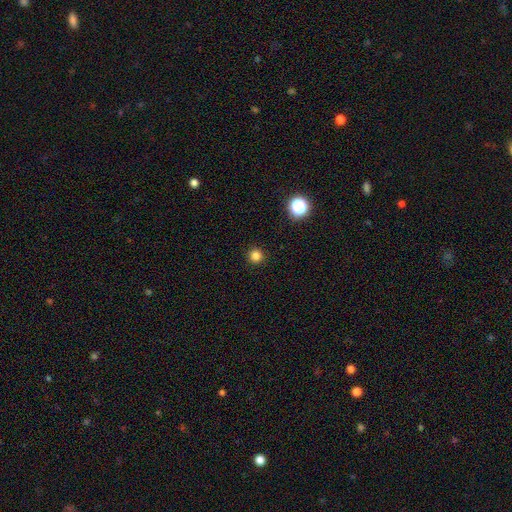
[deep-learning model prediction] Q: Smooth or featured?
A: smooth (82%); runner-up: star or artifact (15%)
Q: How rounded?
A: round (96%); runner-up: in between (3%)
Q: Merging?
A: none (93%); runner-up: minor disturbance (4%)